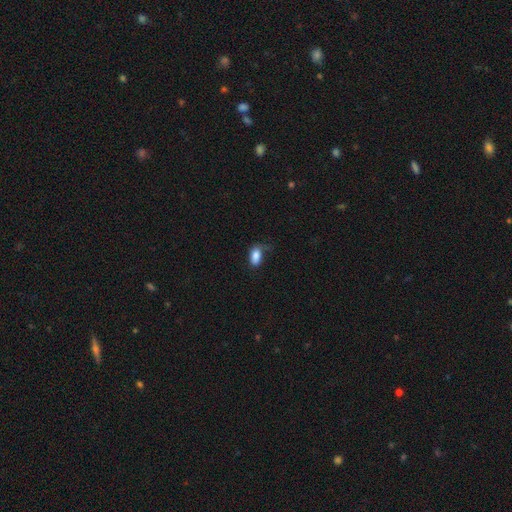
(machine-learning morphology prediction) smooth 85%, star or artifact 8%, featured or disk 7%. Down the decision tree: how rounded — in between (91%); merging — none (48%).